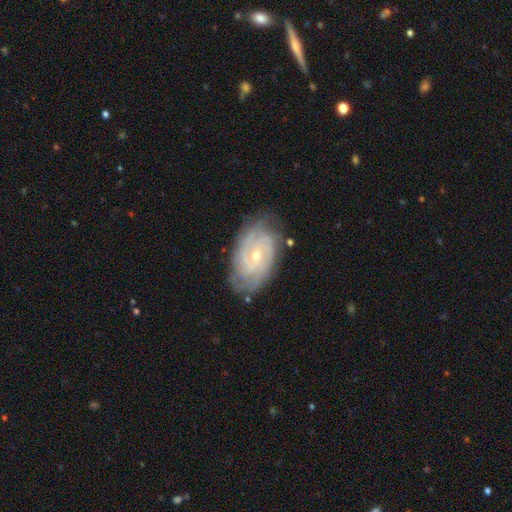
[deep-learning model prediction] Smooth or featured? featured or disk (86%)
Edge-on disk? no (96%)
Bar? no (56%)
Spiral arms? yes (97%)
Spiral winding? tight (75%)
Spiral arm count? 2 (30%)
Bulge size? small (63%)
Merging? none (78%)